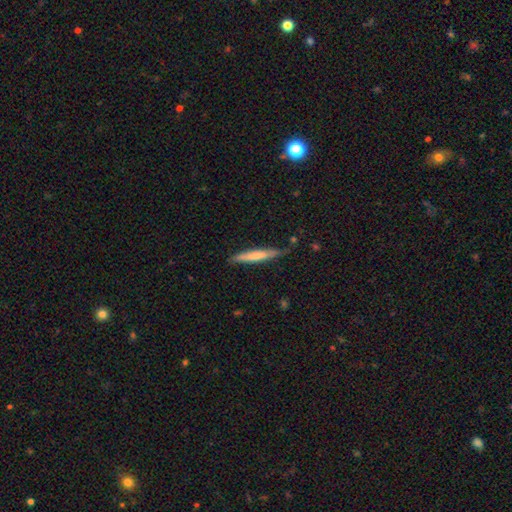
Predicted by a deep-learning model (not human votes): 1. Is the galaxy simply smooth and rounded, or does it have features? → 62% smooth, 32% featured or disk, 5% star or artifact.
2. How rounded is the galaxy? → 94% cigar-shaped, 5% in between, 1% round.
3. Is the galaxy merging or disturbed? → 76% none, 19% minor disturbance, 3% major disturbance, 2% merger.